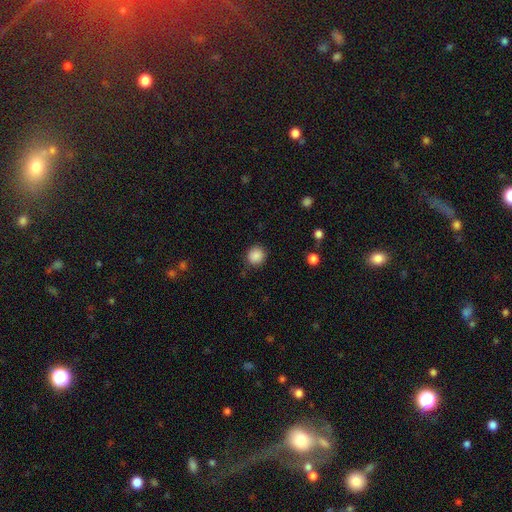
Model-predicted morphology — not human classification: Smooth or featured?
  - smooth: 87% *
  - star or artifact: 9%
  - featured or disk: 3%
How rounded?
  - round: 89% *
  - in between: 10%
  - cigar-shaped: 1%
Merging?
  - none: 87% *
  - minor disturbance: 9%
  - major disturbance: 3%
  - merger: 1%